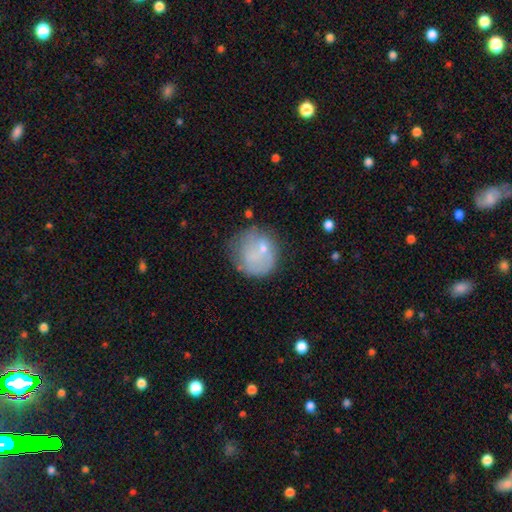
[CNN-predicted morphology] Smooth or featured: smooth — 57% (featured or disk — 34%)
How rounded: round — 85% (in between — 14%)
Merging: none — 50% (minor disturbance — 26%)